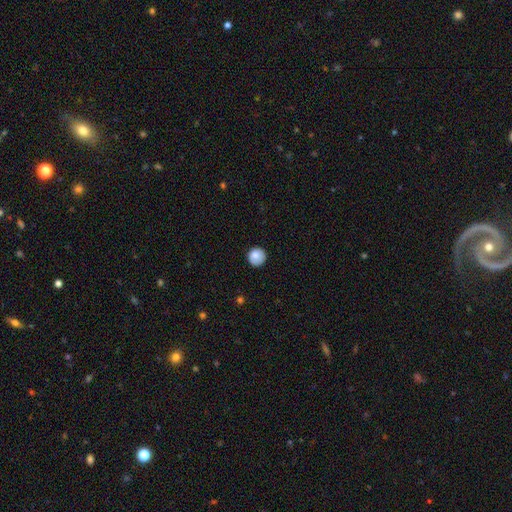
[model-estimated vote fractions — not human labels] Smooth or featured? Predicted: smooth (p=0.83). How rounded? Predicted: round (p=0.93). Merging? Predicted: none (p=0.83).